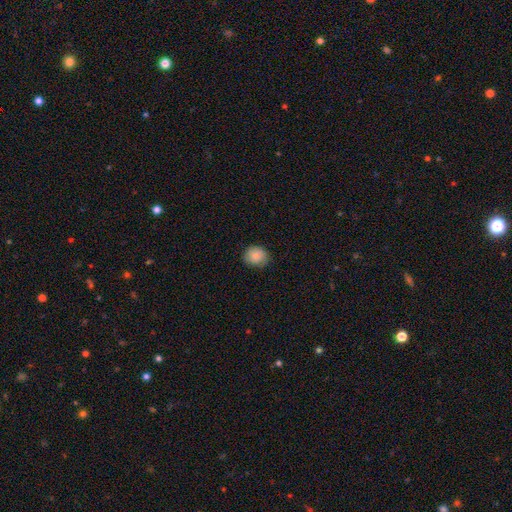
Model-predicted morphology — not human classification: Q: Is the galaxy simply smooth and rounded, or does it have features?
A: smooth — 87%.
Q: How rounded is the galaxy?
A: round — 70%.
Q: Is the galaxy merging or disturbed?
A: none — 81%.